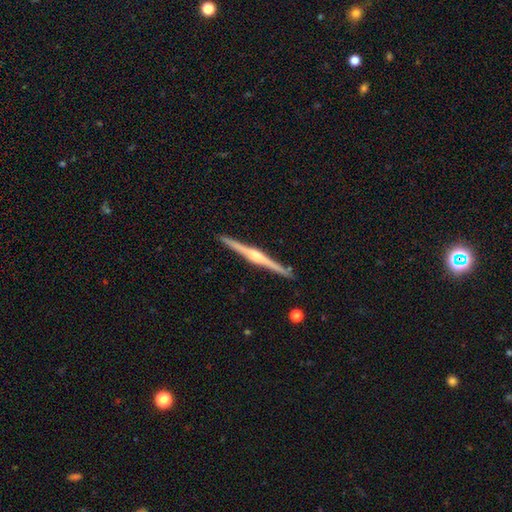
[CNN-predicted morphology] smooth_or_featured: featured or disk (p=0.85) [alt: smooth p=0.10]
disk_edge_on: yes (p=0.99) [alt: no p=0.01]
edge_on_bulge: rounded (p=0.79) [alt: boxy p=0.13]
merging: none (p=0.92) [alt: minor disturbance p=0.05]